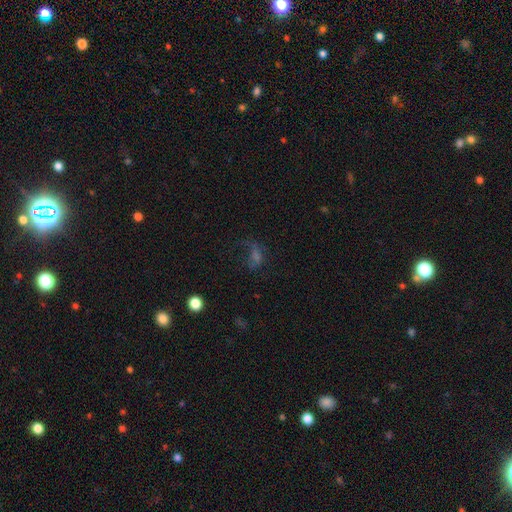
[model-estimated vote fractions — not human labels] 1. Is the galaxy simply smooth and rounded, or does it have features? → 39% smooth, 34% star or artifact, 28% featured or disk.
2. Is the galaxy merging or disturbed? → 39% major disturbance, 38% none, 19% minor disturbance, 4% merger.